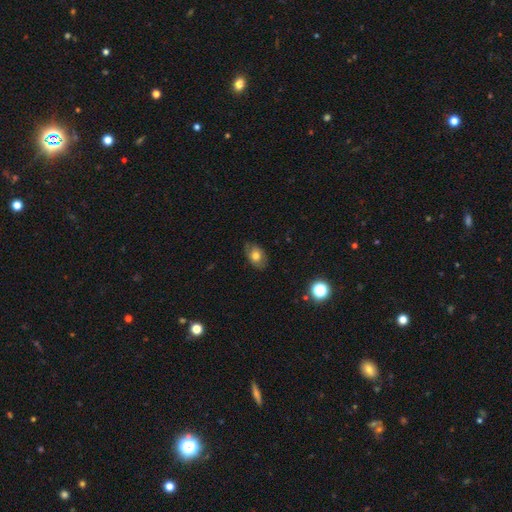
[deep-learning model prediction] A smooth galaxy with no disk features (72%) that is in between round and cigar-shaped (81%). Merging: none (77%).